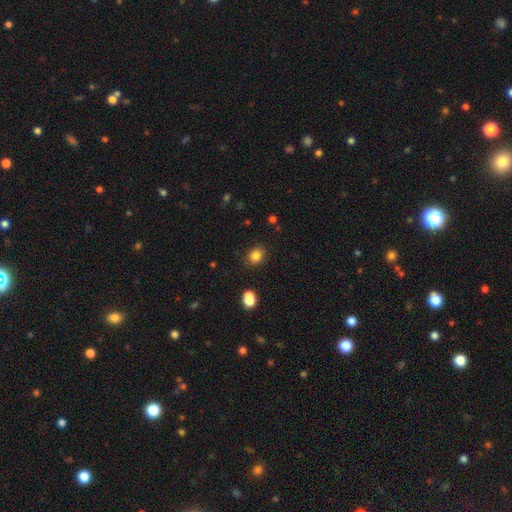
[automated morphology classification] A smooth galaxy with no disk features (84%) that is round (66%). Merging: none (86%).